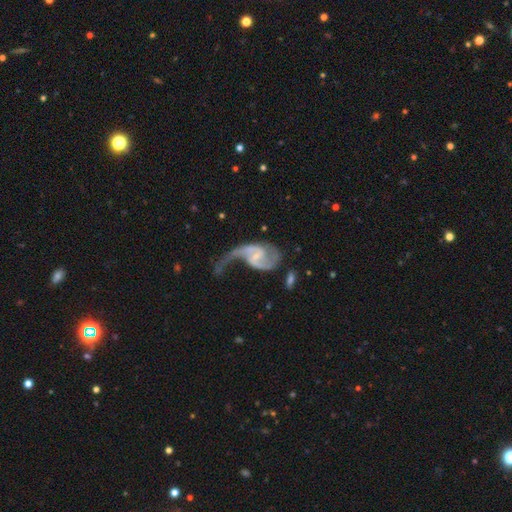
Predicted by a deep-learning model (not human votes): Smooth or featured: featured or disk — 88% (smooth — 7%)
Edge-on disk: no — 98% (yes — 2%)
Bar: weak — 51% (no — 32%)
Spiral arms: yes — 95% (no — 5%)
Spiral winding: loose — 62% (medium — 30%)
Spiral arm count: 2 — 78% (1 — 16%)
Bulge size: small — 62% (moderate — 19%)
Merging: major disturbance — 48% (none — 26%)